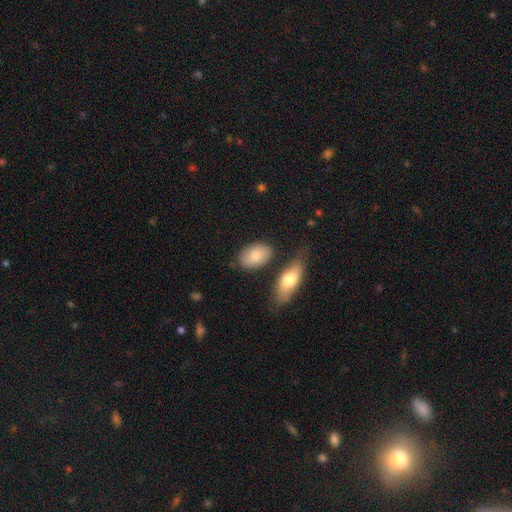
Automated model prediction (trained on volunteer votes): smooth 80%, featured or disk 14%, star or artifact 6%. Down the decision tree: how rounded — in between (90%); merging — none (75%).